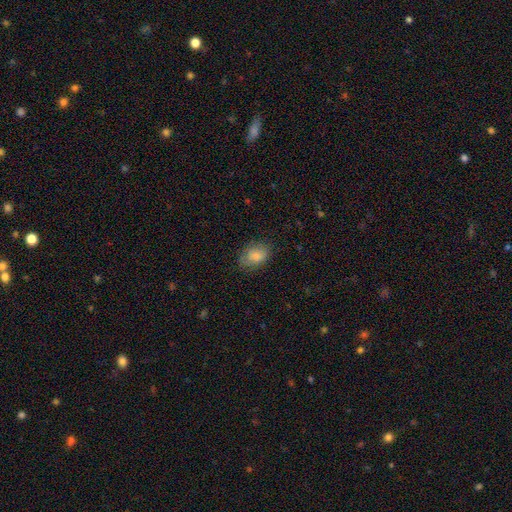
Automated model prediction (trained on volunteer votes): Overall: smooth (82%). How rounded: in between (82%). Merging: none (72%).